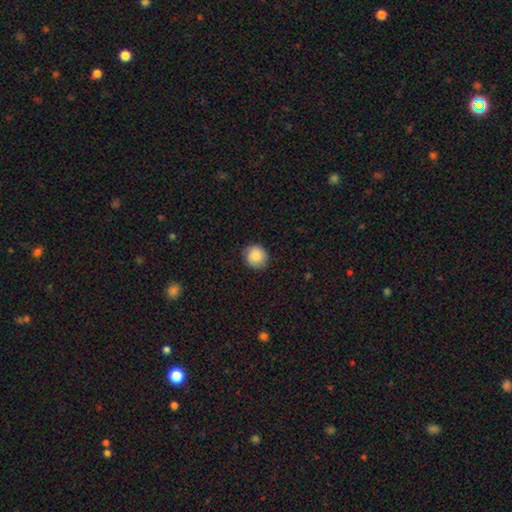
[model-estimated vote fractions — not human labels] Smooth or featured?
  - smooth: 85% *
  - star or artifact: 8%
  - featured or disk: 7%
How rounded?
  - round: 90% *
  - in between: 9%
  - cigar-shaped: 1%
Merging?
  - none: 86% *
  - minor disturbance: 10%
  - major disturbance: 2%
  - merger: 1%